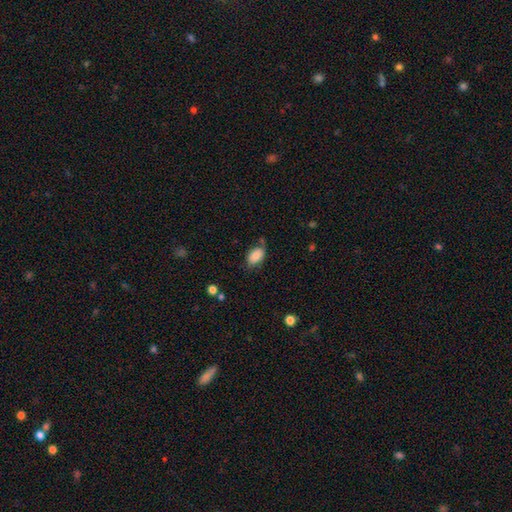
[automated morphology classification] Overall: smooth (83%). How rounded: in between (91%). Merging: none (65%).